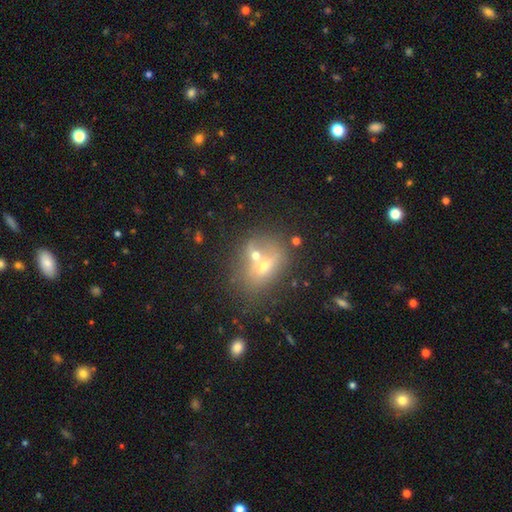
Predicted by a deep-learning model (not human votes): Smooth or featured: smooth — 52% (featured or disk — 32%)
How rounded: in between — 52% (round — 46%)
Merging: merger — 57% (none — 27%)